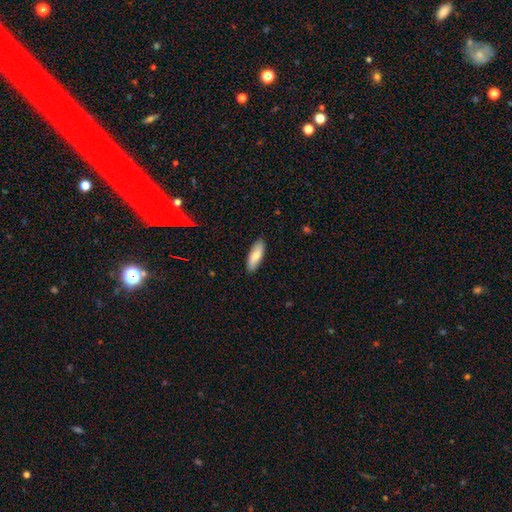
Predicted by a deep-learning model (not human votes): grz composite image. It shows a smooth galaxy with no disk features (79%) that is in between round and cigar-shaped (64%). Merging: none (88%).